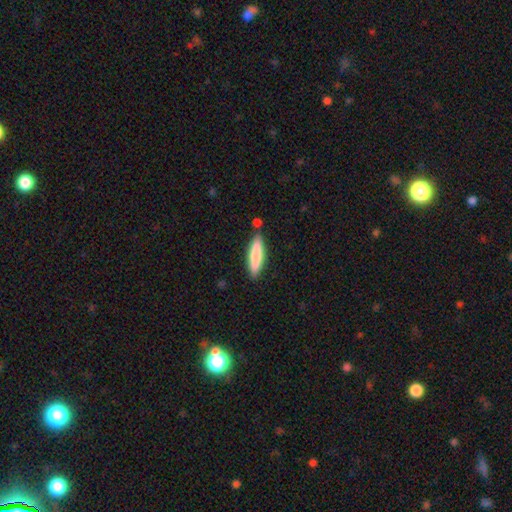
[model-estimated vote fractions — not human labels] Q: Smooth or featured?
A: smooth (79%); runner-up: featured or disk (16%)
Q: How rounded?
A: cigar-shaped (75%); runner-up: in between (23%)
Q: Merging?
A: none (79%); runner-up: minor disturbance (12%)